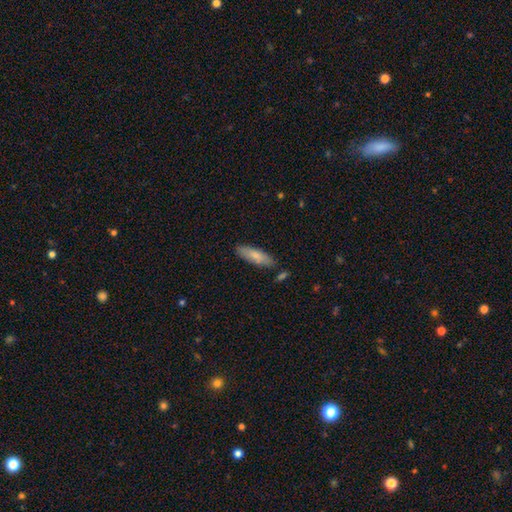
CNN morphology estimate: The model was most divided on "how rounded": cigar-shaped: 51%, in between: 48%, round: 2%. More confident: merging — none (80%); smooth or featured — smooth (79%).